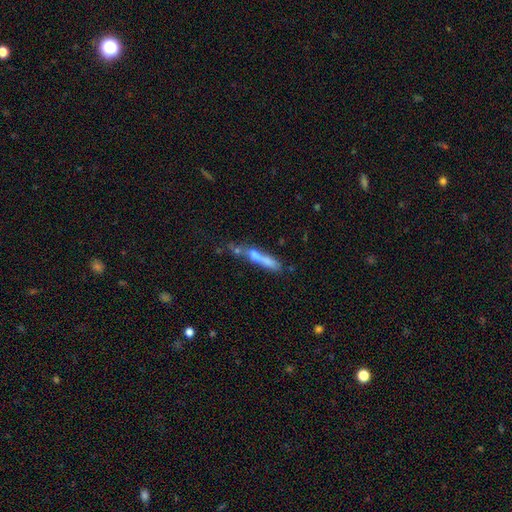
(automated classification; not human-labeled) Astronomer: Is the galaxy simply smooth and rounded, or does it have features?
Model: smooth — 61%.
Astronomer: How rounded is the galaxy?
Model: cigar-shaped — 83%.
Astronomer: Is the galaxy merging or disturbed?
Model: none — 36% (runner-up: merger, 34%).